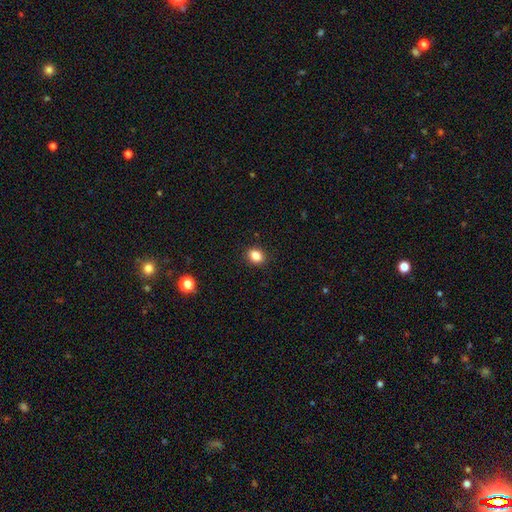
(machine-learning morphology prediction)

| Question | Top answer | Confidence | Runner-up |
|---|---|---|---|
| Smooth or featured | smooth | 85% | star or artifact (11%) |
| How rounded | round | 50% | in between (49%) |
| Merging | none | 90% | minor disturbance (7%) |